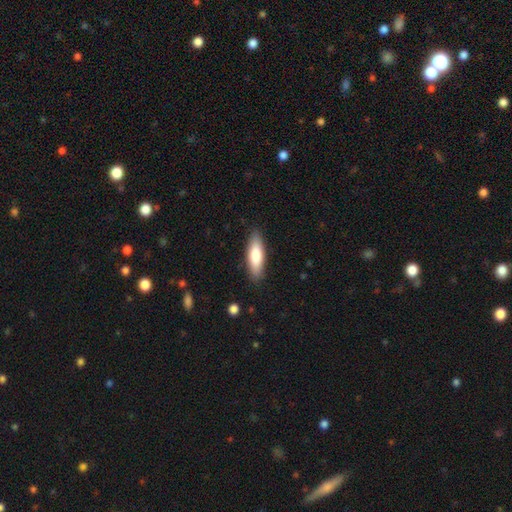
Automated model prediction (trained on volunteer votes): Q: Smooth or featured?
A: smooth (76%); runner-up: featured or disk (18%)
Q: How rounded?
A: in between (49%); tied with: cigar-shaped (49%)
Q: Merging?
A: none (87%); runner-up: minor disturbance (10%)